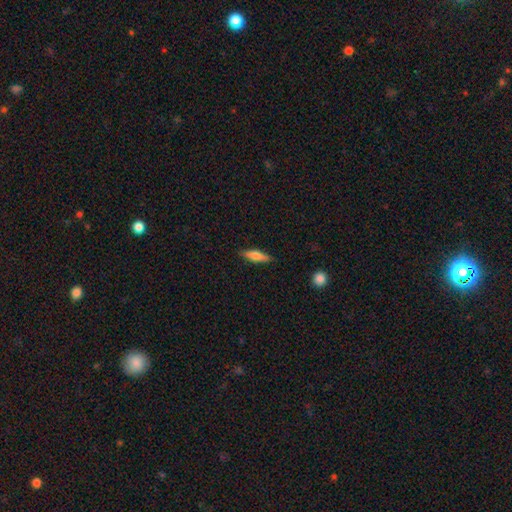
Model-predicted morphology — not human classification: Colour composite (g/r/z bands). It shows a smooth galaxy with no disk features (66%) that is cigar-shaped (64%). Merging: none (86%).